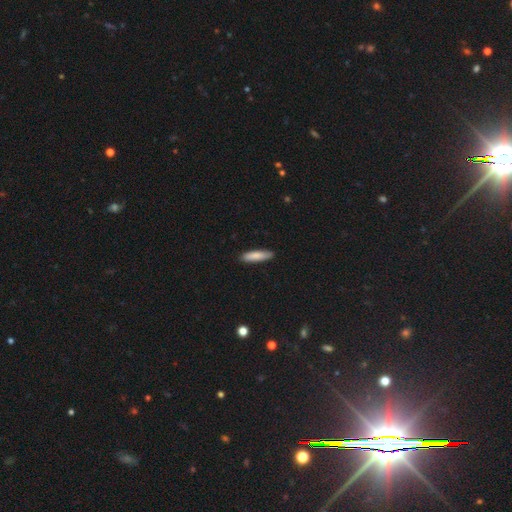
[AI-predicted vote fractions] smooth-or-featured: smooth: 83% | featured or disk: 11% | star or artifact: 6%
  how-rounded: cigar-shaped: 79% | in between: 20% | round: 1%
  merging: none: 88% | minor disturbance: 9% | major disturbance: 2% | merger: 1%